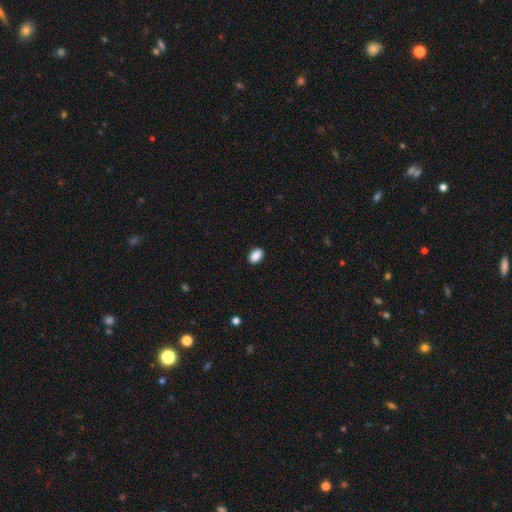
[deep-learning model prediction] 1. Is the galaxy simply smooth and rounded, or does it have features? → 89% smooth, 8% star or artifact, 3% featured or disk.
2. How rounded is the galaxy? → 90% in between, 8% round, 2% cigar-shaped.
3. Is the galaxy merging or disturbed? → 89% none, 8% minor disturbance, 2% major disturbance, 1% merger.